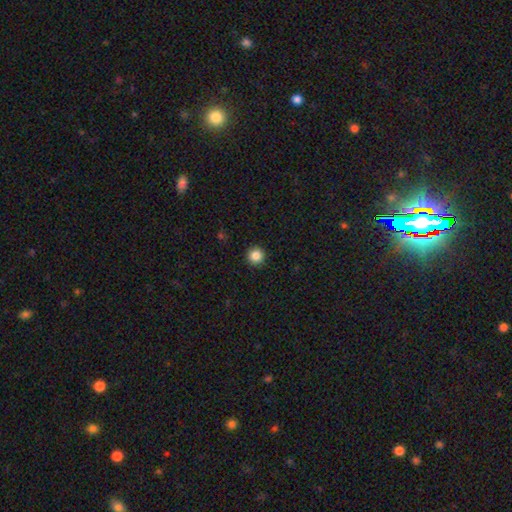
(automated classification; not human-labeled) smooth 86%, star or artifact 11%, featured or disk 4%. Down the decision tree: how rounded — round (96%); merging — none (93%).